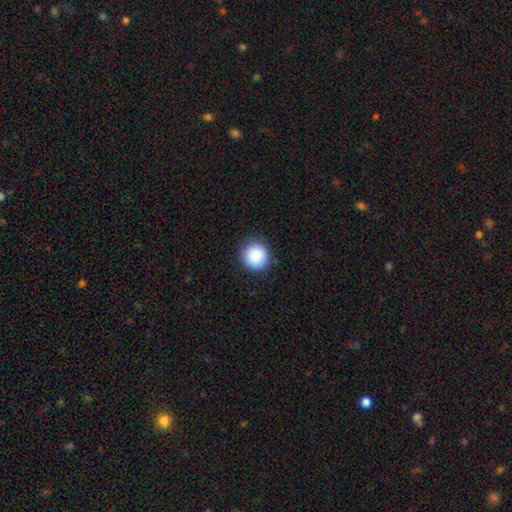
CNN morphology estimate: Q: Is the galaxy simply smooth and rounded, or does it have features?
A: smooth — 87%.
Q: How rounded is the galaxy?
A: round — 95%.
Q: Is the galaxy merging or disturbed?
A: none — 89%.